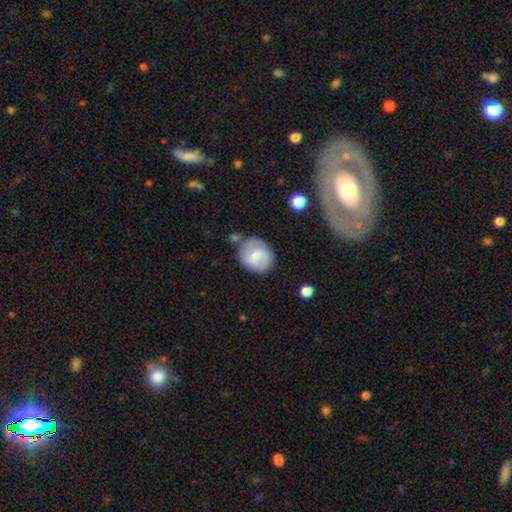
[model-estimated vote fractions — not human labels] Q: Smooth or featured?
A: smooth (49%); runner-up: featured or disk (44%)
Q: Merging?
A: none (71%); runner-up: minor disturbance (18%)